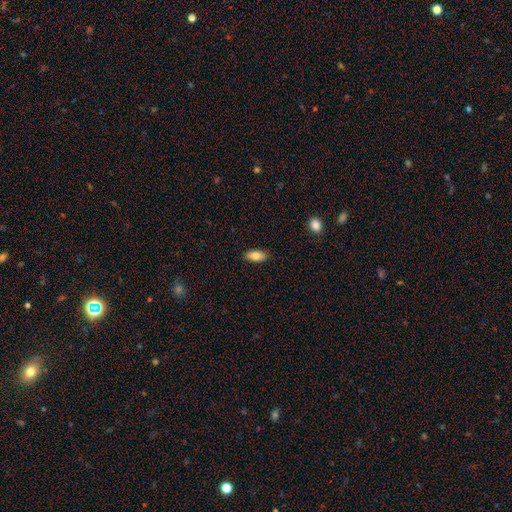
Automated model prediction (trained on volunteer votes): Smooth or featured: smooth — 81% (featured or disk — 12%)
How rounded: in between — 91% (cigar-shaped — 6%)
Merging: none — 88% (minor disturbance — 9%)